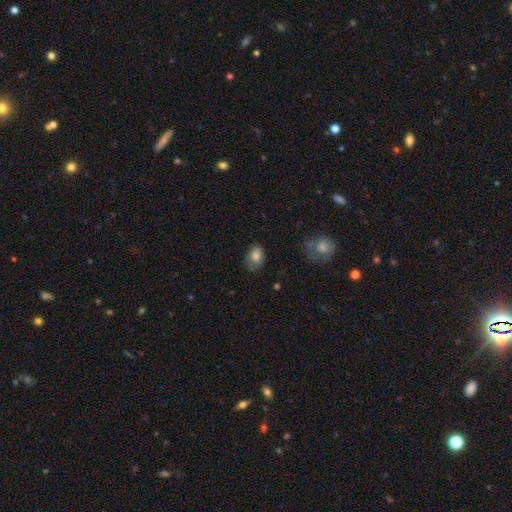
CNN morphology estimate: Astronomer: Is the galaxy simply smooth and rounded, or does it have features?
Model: smooth — 79%.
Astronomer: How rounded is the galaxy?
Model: in between — 79%.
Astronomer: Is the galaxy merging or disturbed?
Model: none — 63%.